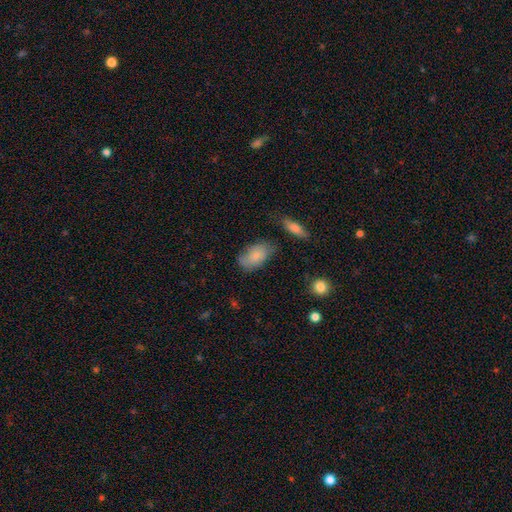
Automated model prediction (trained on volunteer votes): Smooth or featured? Predicted: smooth (p=0.81). How rounded? Predicted: in between (p=0.92). Merging? Predicted: none (p=0.63).